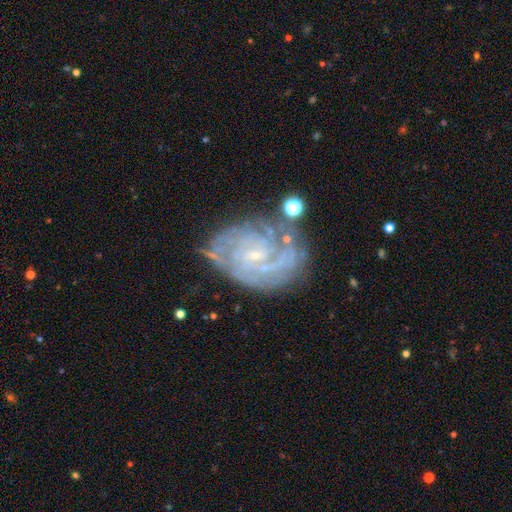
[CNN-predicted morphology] The model was most divided on "spiral arm count": can't tell: 28%, 2: 21%, 3: 21%, 4: 17%, more than 4: 8%, 1: 7%. More confident: edge-on disk — no (97%); spiral arms — yes (97%); smooth or featured — featured or disk (87%); bulge size — small (85%); spiral winding — tight (71%); merging — none (66%); bar — no (55%).